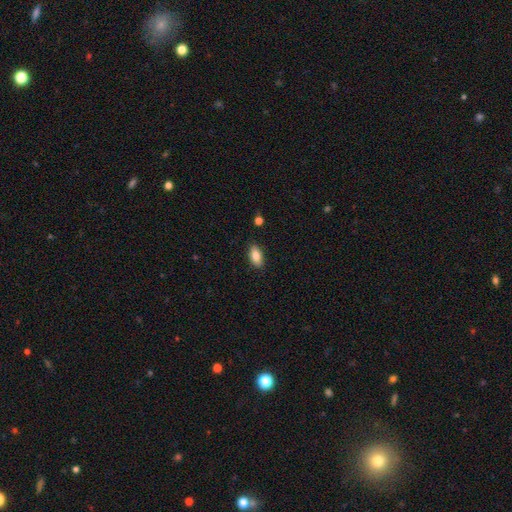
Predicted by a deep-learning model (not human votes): Smooth or featured? Predicted: smooth (p=0.84). How rounded? Predicted: in between (p=0.90). Merging? Predicted: none (p=0.87).